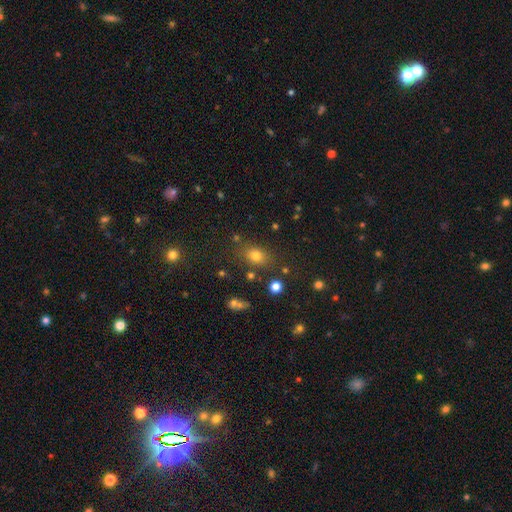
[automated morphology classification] Smooth or featured: smooth — 72% (star or artifact — 19%)
How rounded: in between — 66% (round — 32%)
Merging: none — 78% (minor disturbance — 12%)